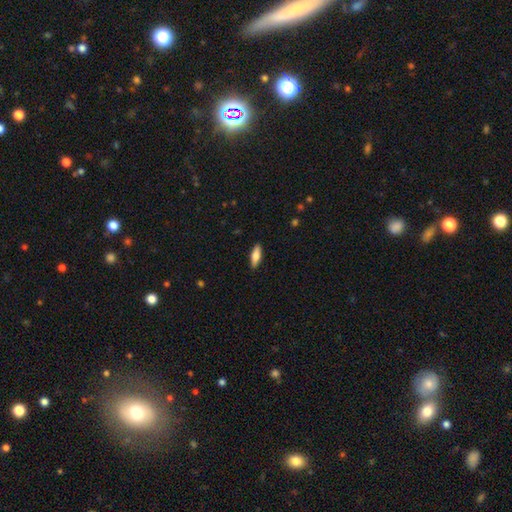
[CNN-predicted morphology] Overall: smooth (71%). How rounded: in between (54%; cigar-shaped 44%). Merging: none (89%).